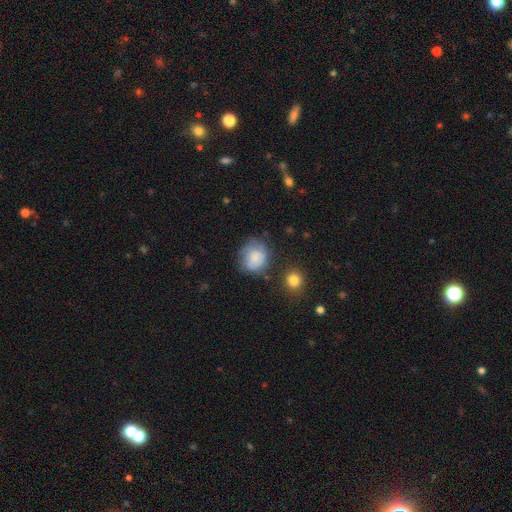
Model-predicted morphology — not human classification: smooth_or_featured: smooth (p=0.71) [alt: featured or disk p=0.21]
how_rounded: round (p=0.70) [alt: in between p=0.29]
merging: none (p=0.56) [alt: minor disturbance p=0.27]